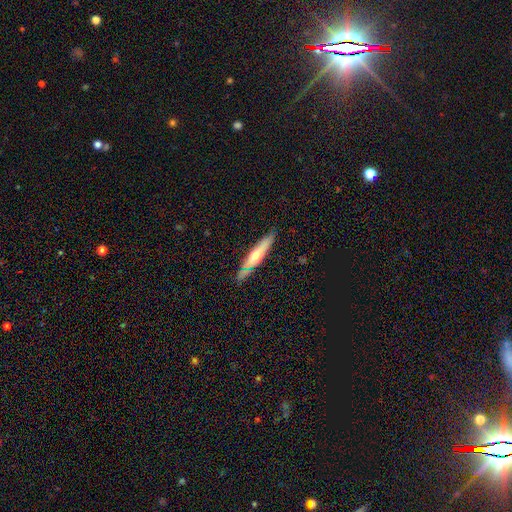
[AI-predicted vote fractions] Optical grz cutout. It shows a featured or disk galaxy (50%). Merging: none (83%).